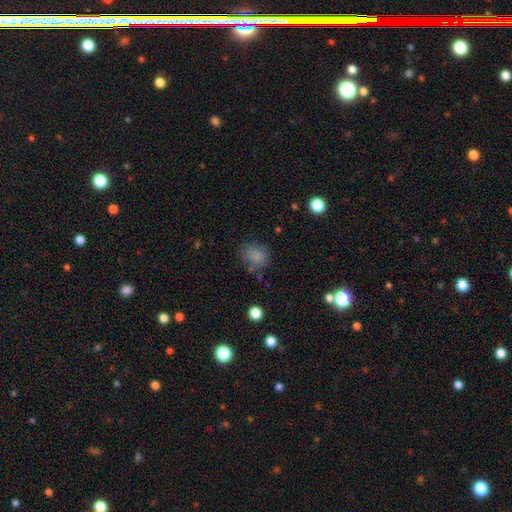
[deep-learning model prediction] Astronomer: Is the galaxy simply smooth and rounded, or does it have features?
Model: smooth — 81%.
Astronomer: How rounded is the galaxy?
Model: round — 59% (runner-up: in between, 40%).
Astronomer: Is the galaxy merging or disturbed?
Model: none — 68%.